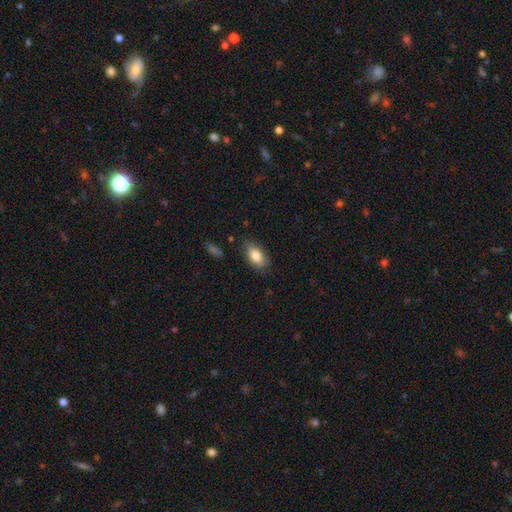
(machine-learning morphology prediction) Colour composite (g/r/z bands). It shows a smooth galaxy with no disk features (81%) that is in between round and cigar-shaped (91%). Merging: none (78%).